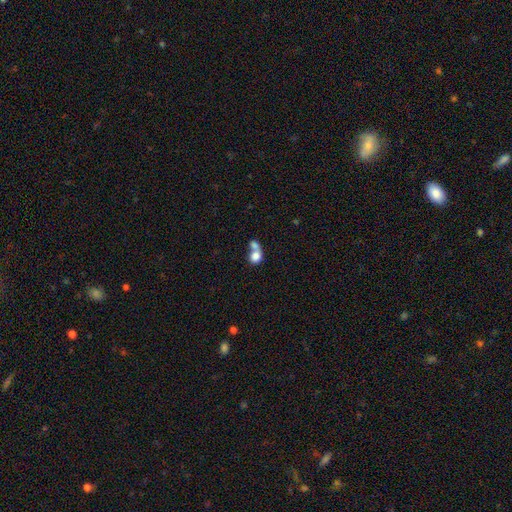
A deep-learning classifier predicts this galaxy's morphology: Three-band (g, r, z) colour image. It shows a smooth galaxy with no disk features (77%) that is round (66%). Merging: merger (67%).